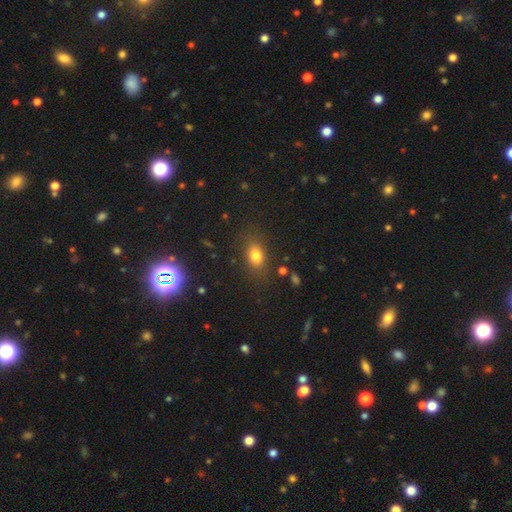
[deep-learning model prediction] smooth 78%, star or artifact 13%, featured or disk 9%. Down the decision tree: how rounded — in between (75%); merging — none (80%).